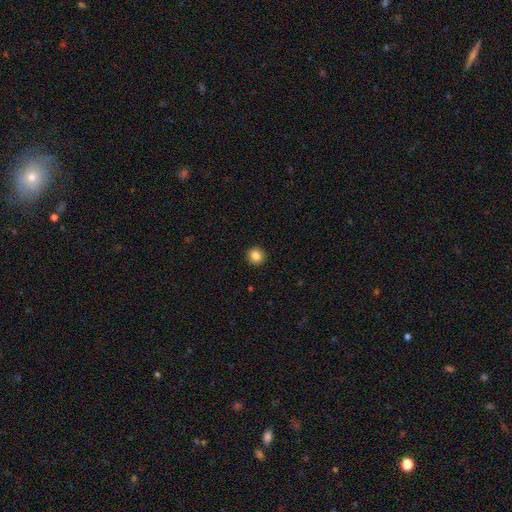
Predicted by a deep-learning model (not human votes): This appears to be a smooth galaxy with no disk features (85%) that is round (94%). Merging: none (93%).